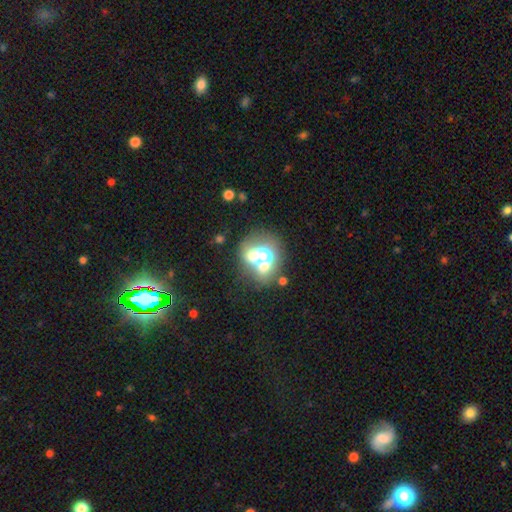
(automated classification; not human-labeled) A smooth galaxy with no disk features (45%). Merging: merger (50%).